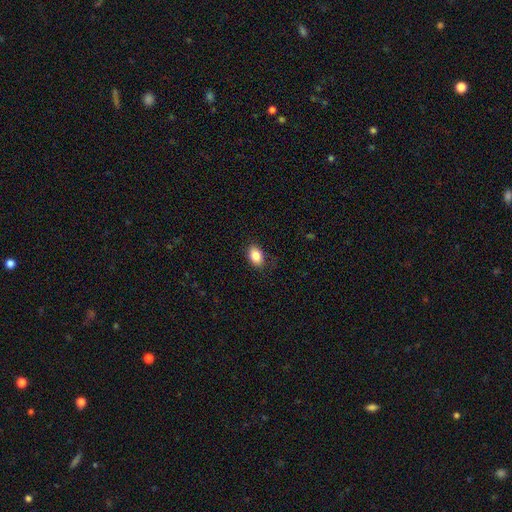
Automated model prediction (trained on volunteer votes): Q: Smooth or featured?
A: smooth (86%); runner-up: star or artifact (8%)
Q: How rounded?
A: in between (85%); runner-up: round (14%)
Q: Merging?
A: none (82%); runner-up: minor disturbance (13%)